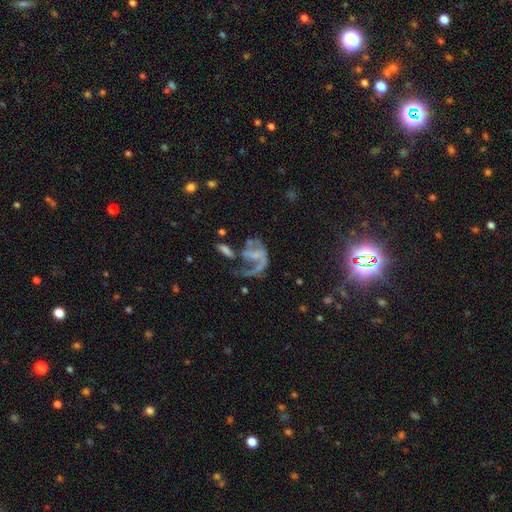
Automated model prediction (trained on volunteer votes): smooth-or-featured: featured or disk: 70% | smooth: 18% | star or artifact: 12%
  disk-edge-on: no: 97% | yes: 3%
    bar: no: 55% | weak: 32% | strong: 13%
    has-spiral-arms: yes: 69% | no: 31%
    bulge-size: none: 43% | small: 38% | moderate: 14% | large: 3% | dominant: 1%
  merging: major disturbance: 51% | none: 22% | merger: 15% | minor disturbance: 12%